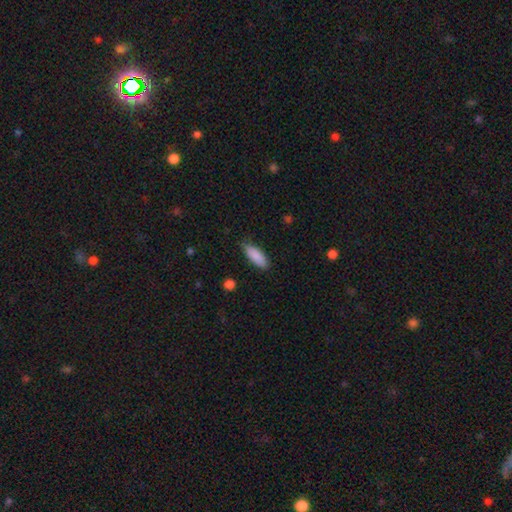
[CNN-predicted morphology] type=smooth (88%); roundness=in between (66%); merging=none (78%).